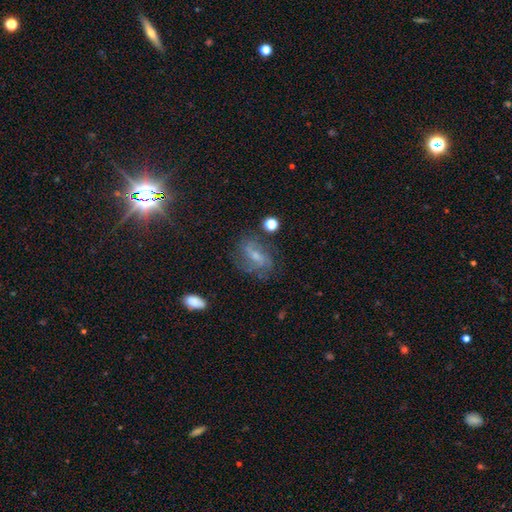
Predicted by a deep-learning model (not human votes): smooth-or-featured: featured or disk: 62% | smooth: 25% | star or artifact: 12%
  disk-edge-on: no: 95% | yes: 5%
    bar: weak: 47% | no: 38% | strong: 15%
    has-spiral-arms: yes: 82% | no: 18%
    bulge-size: small: 47% | moderate: 35% | none: 12% | large: 4% | dominant: 1%
  merging: none: 62% | minor disturbance: 20% | major disturbance: 14% | merger: 3%